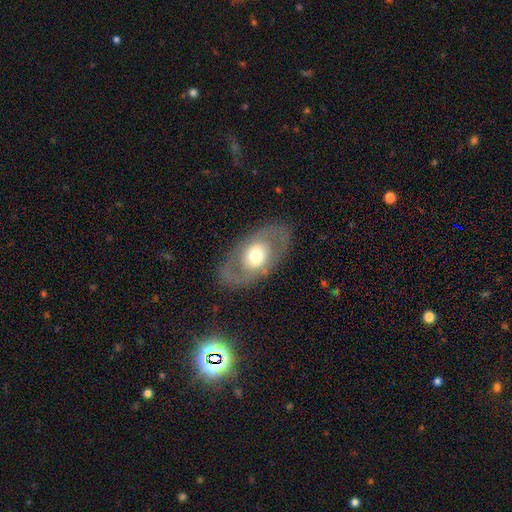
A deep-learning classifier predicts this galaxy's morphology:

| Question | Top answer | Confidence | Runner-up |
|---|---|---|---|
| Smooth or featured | featured or disk | 54% | smooth (40%) |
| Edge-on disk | no | 88% | yes (12%) |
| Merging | none | 80% | minor disturbance (11%) |